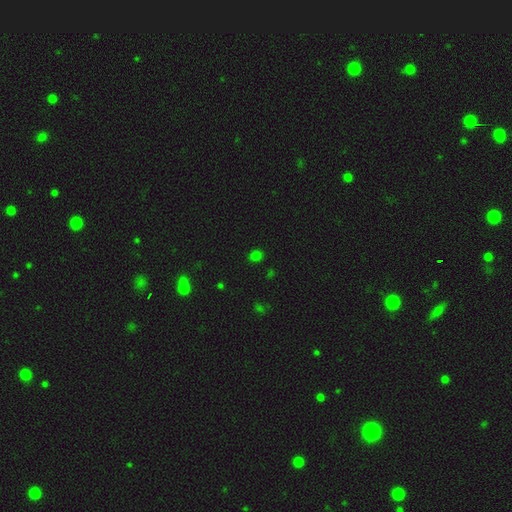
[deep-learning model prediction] Smooth or featured? smooth (73%)
How rounded? round (75%)
Merging? none (87%)